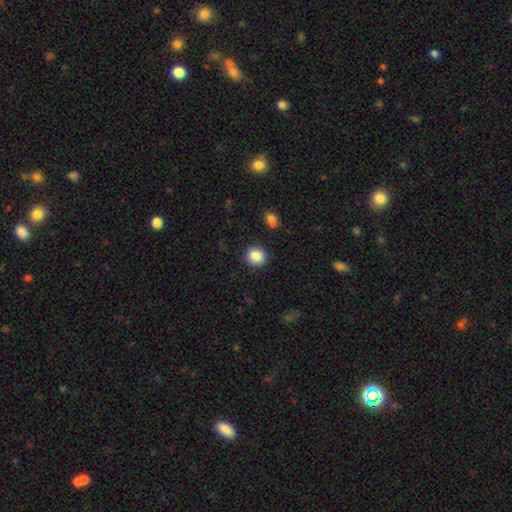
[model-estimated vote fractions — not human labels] Smooth or featured? smooth (85%)
How rounded? round (88%)
Merging? none (90%)